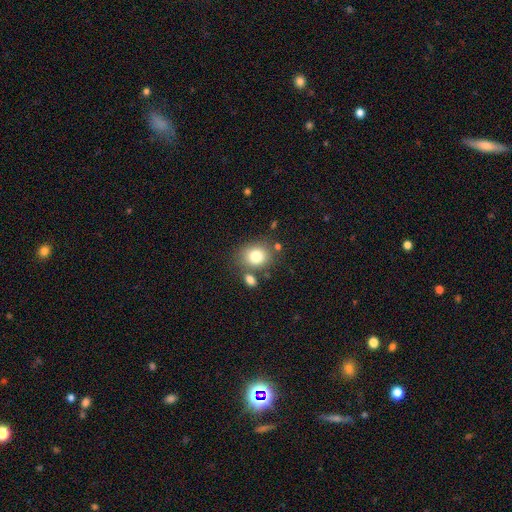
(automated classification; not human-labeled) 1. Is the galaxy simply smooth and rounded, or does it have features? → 80% smooth, 10% featured or disk, 10% star or artifact.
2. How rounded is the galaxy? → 62% round, 37% in between, 1% cigar-shaped.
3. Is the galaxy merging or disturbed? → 68% none, 15% merger, 13% minor disturbance, 4% major disturbance.